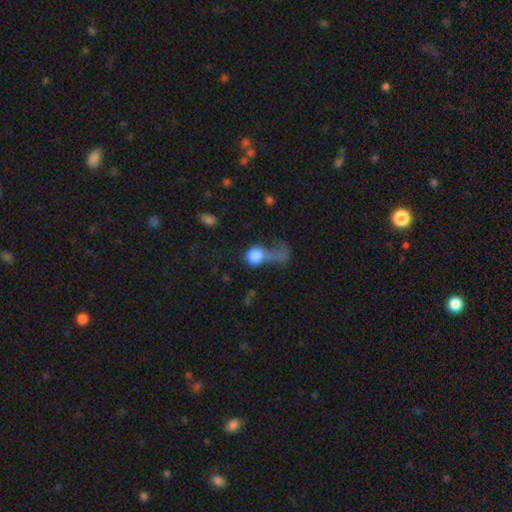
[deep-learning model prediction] Smooth or featured: smooth — 76% (featured or disk — 16%)
How rounded: round — 65% (in between — 33%)
Merging: major disturbance — 50% (merger — 24%)